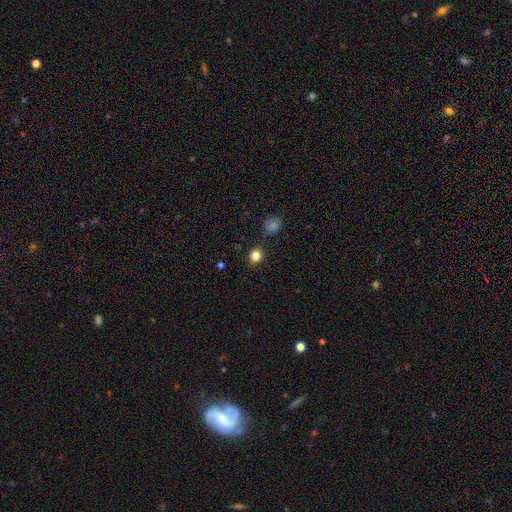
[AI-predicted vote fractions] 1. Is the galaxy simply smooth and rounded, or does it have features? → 82% smooth, 13% star or artifact, 4% featured or disk.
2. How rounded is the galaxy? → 83% round, 16% in between, 1% cigar-shaped.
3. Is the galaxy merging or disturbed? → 85% none, 9% minor disturbance, 3% merger, 3% major disturbance.